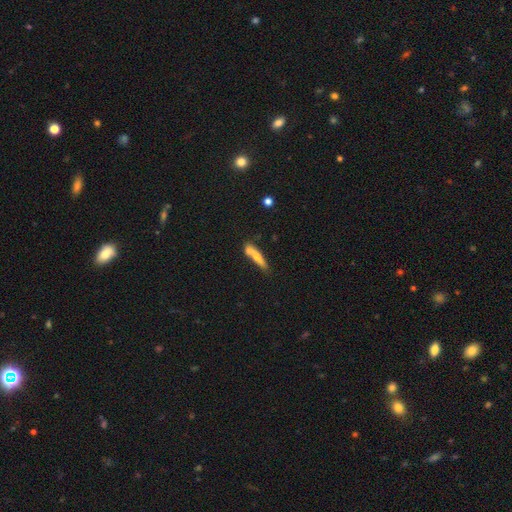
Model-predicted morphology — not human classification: smooth_or_featured: smooth (p=0.67) [alt: featured or disk p=0.26]
how_rounded: cigar-shaped (p=0.84) [alt: in between p=0.14]
merging: none (p=0.55) [alt: minor disturbance p=0.21]